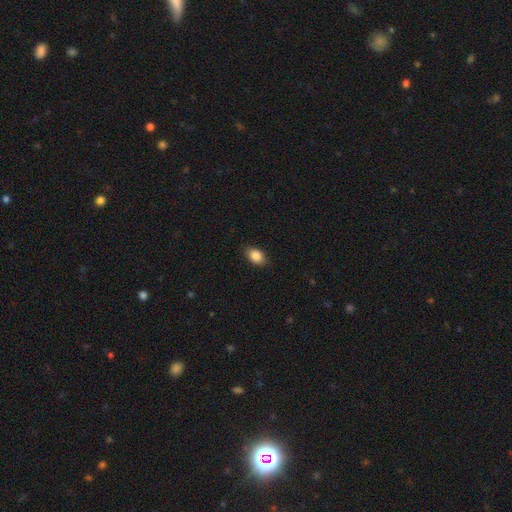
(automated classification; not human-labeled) The model was most divided on "how rounded": in between: 85%, round: 13%, cigar-shaped: 2%. More confident: smooth or featured — smooth (87%); merging — none (87%).